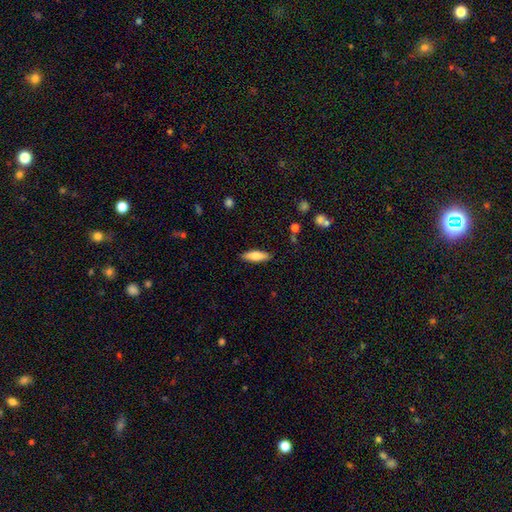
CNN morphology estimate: Overall: smooth (74%). How rounded: cigar-shaped (52%; in between 46%). Merging: none (87%).